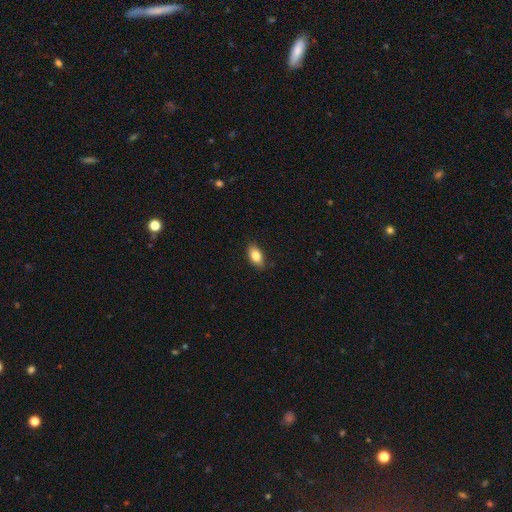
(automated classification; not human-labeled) Smooth or featured: smooth — 84% (featured or disk — 9%)
How rounded: in between — 90% (round — 6%)
Merging: none — 86% (minor disturbance — 11%)